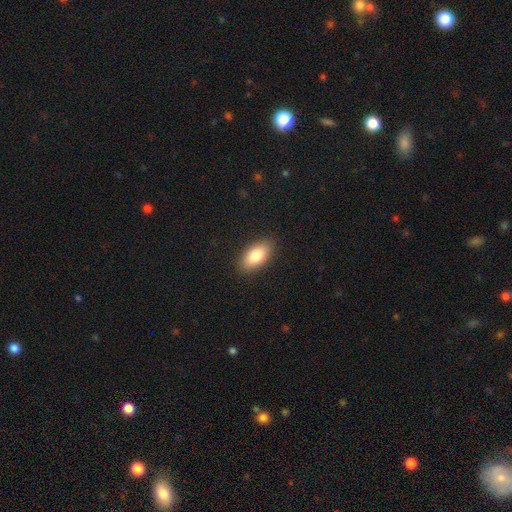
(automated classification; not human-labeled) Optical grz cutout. It shows a smooth galaxy with no disk features (82%) that is in between round and cigar-shaped (89%). Merging: none (88%).